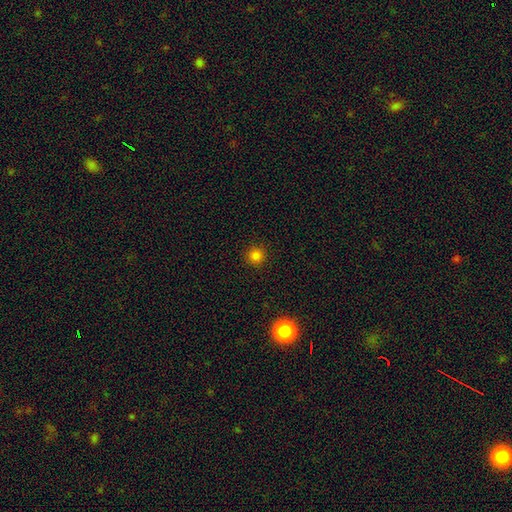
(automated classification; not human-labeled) Smooth or featured?
  - smooth: 82% *
  - star or artifact: 15%
  - featured or disk: 3%
How rounded?
  - round: 95% *
  - in between: 4%
  - cigar-shaped: 1%
Merging?
  - none: 92% *
  - minor disturbance: 5%
  - major disturbance: 2%
  - merger: 1%